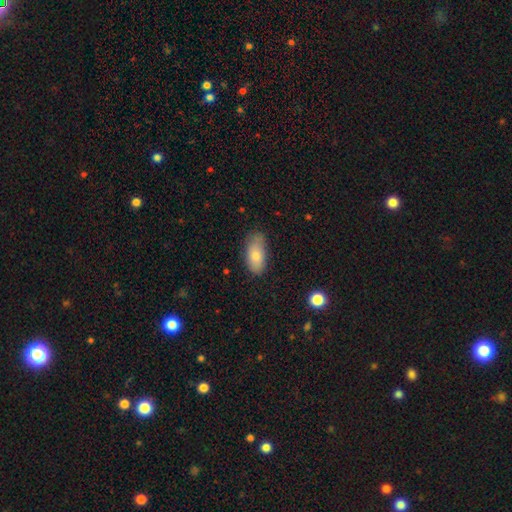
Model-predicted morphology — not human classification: A smooth galaxy with no disk features (79%) that is in between round and cigar-shaped (91%).

Vote fractions:
- Smooth or featured? smooth: 79% / featured or disk: 14% / star or artifact: 7%
- How rounded? in between: 91% / cigar-shaped: 6% / round: 4%
- Merging? none: 69% / minor disturbance: 24% / major disturbance: 5% / merger: 2%